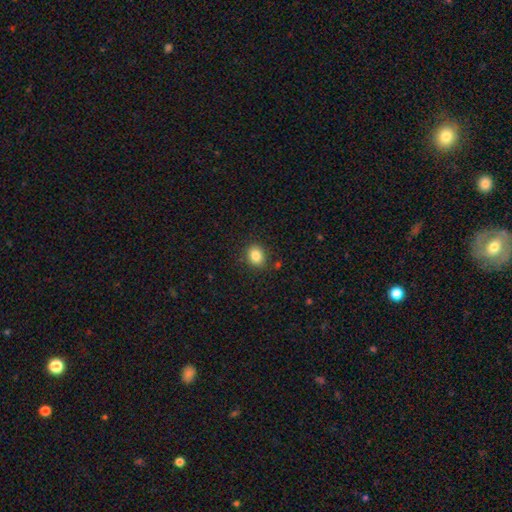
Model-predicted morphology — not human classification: Smooth or featured? smooth (85%)
How rounded? round (53%)
Merging? none (86%)